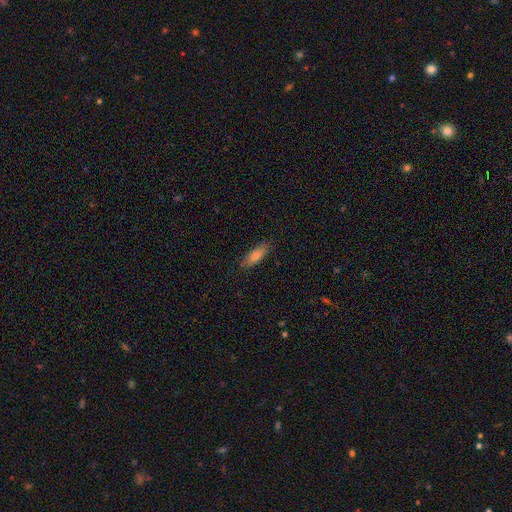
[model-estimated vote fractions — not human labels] This appears to be a smooth galaxy with no disk features (75%) that is in between round and cigar-shaped (50%). Merging: none (86%).